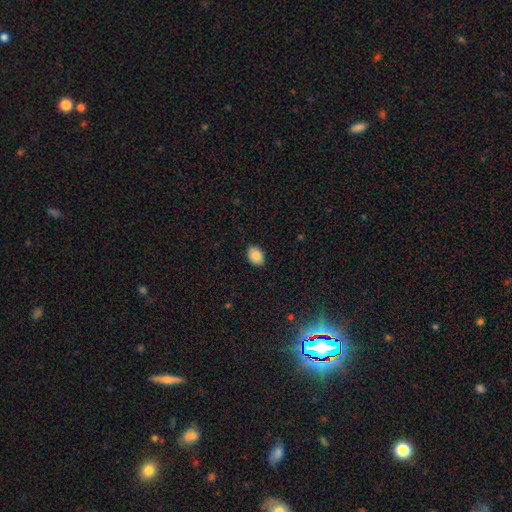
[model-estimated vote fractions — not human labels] Q: Smooth or featured?
A: smooth (88%); runner-up: star or artifact (8%)
Q: How rounded?
A: in between (82%); runner-up: round (17%)
Q: Merging?
A: none (87%); runner-up: minor disturbance (10%)